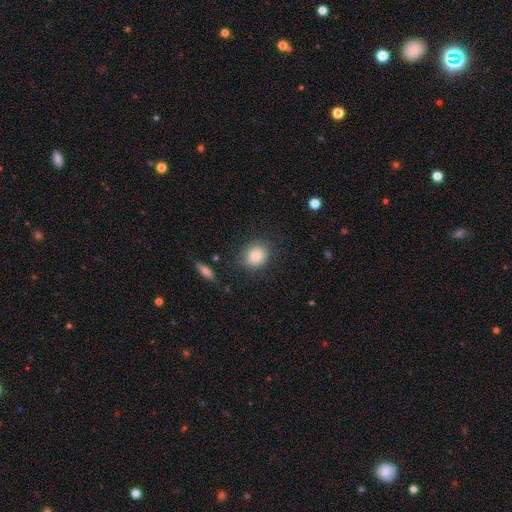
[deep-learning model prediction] A smooth galaxy with no disk features (83%) that is round (60%).

Vote fractions:
- Smooth or featured? smooth: 83% / featured or disk: 9% / star or artifact: 8%
- How rounded? round: 60% / in between: 39% / cigar-shaped: 1%
- Merging? none: 77% / minor disturbance: 16% / major disturbance: 5% / merger: 2%